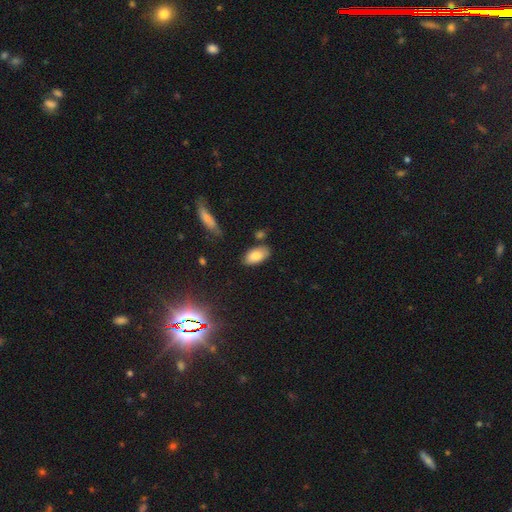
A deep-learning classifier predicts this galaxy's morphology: smooth_or_featured: smooth (p=0.83) [alt: featured or disk p=0.10]
how_rounded: in between (p=0.94) [alt: cigar-shaped p=0.03]
merging: none (p=0.77) [alt: minor disturbance p=0.15]